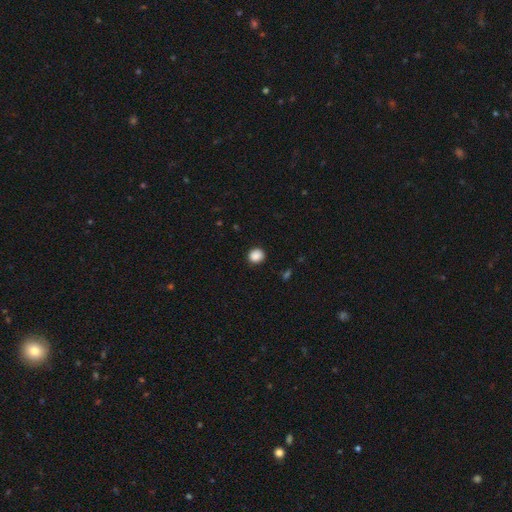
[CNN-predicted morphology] This appears to be a smooth galaxy with no disk features (88%) that is round (83%). Merging: none (89%).